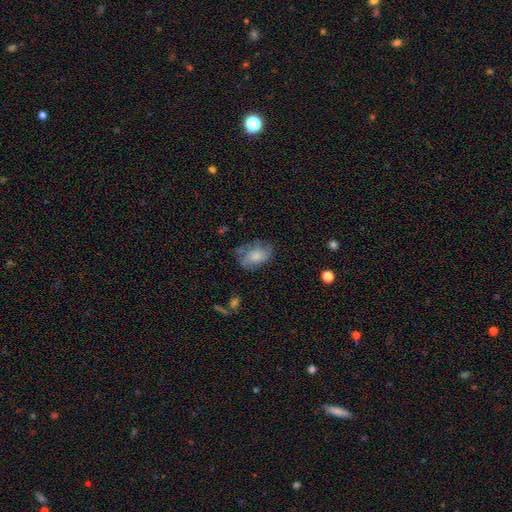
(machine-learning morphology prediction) Smooth or featured?
  - smooth: 65% *
  - featured or disk: 27%
  - star or artifact: 8%
How rounded?
  - in between: 86% *
  - round: 12%
  - cigar-shaped: 2%
Merging?
  - none: 56% *
  - minor disturbance: 28%
  - major disturbance: 13%
  - merger: 3%